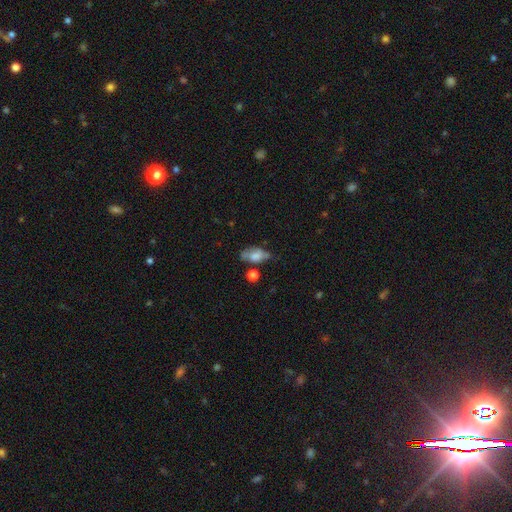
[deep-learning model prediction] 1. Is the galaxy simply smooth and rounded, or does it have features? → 63% smooth, 26% featured or disk, 10% star or artifact.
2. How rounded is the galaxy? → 86% in between, 10% round, 4% cigar-shaped.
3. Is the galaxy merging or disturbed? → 39% none, 30% minor disturbance, 18% major disturbance, 13% merger.